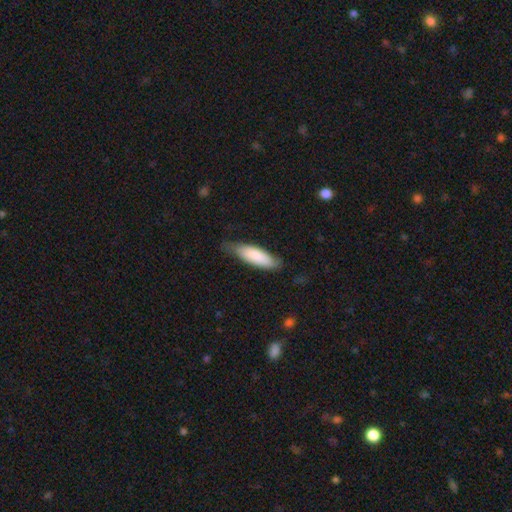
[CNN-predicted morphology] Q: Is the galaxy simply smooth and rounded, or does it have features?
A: smooth — 83%.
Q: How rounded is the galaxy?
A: in between — 51%.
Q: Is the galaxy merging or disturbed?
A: none — 68%.